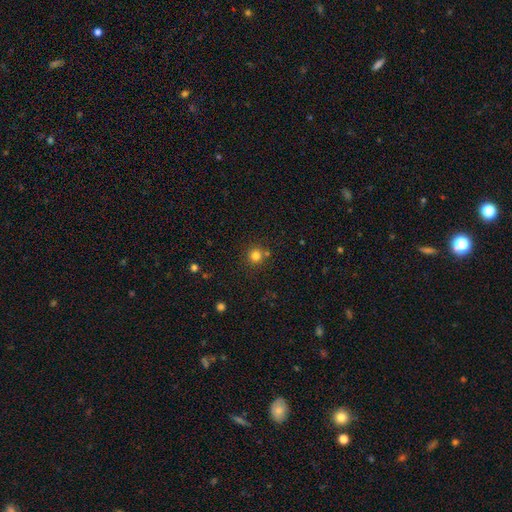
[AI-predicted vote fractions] smooth 79%, star or artifact 15%, featured or disk 6%. Down the decision tree: how rounded — round (93%); merging — none (78%).